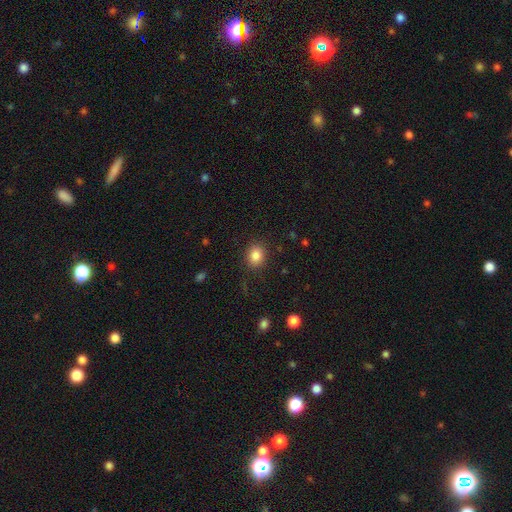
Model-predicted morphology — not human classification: Overall: smooth (85%). How rounded: round (56%; in between 43%). Merging: none (87%).